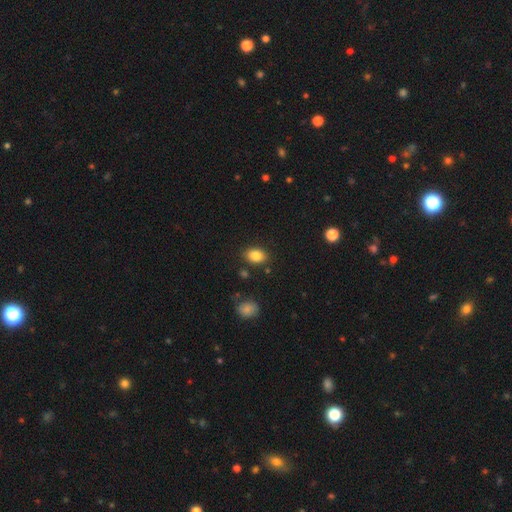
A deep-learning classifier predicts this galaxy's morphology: smooth 85%, star or artifact 9%, featured or disk 6%. Down the decision tree: how rounded — in between (79%); merging — none (84%).